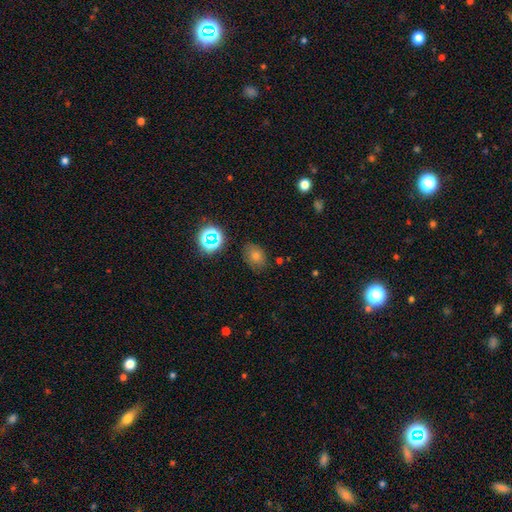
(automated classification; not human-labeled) The model was most divided on "how rounded": in between: 62%, round: 37%, cigar-shaped: 1%. More confident: merging — none (80%); smooth or featured — smooth (66%).